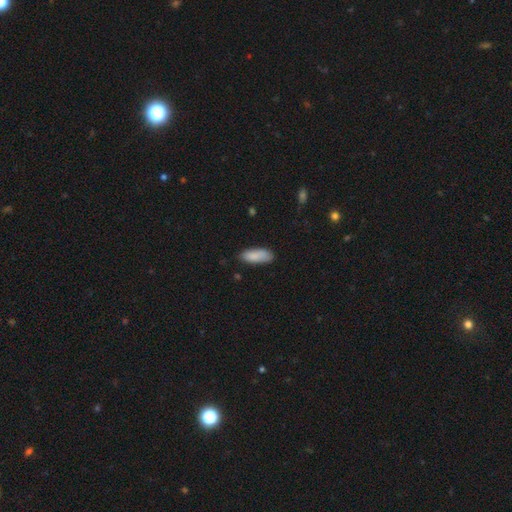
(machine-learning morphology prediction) A smooth galaxy with no disk features (86%) that is in between round and cigar-shaped (74%). Merging: none (73%).